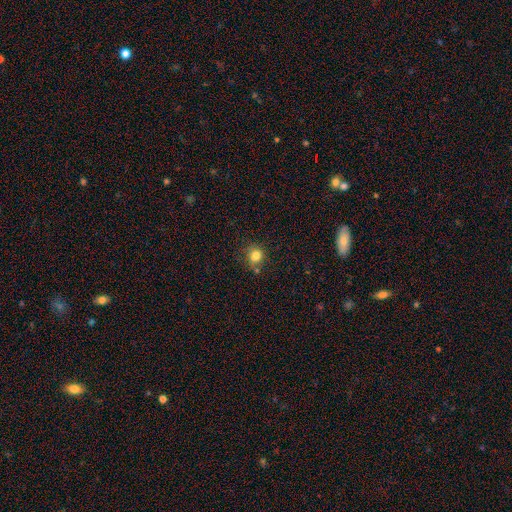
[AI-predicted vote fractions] Smooth or featured: smooth — 81% (star or artifact — 12%)
How rounded: round — 79% (in between — 20%)
Merging: none — 68% (minor disturbance — 18%)